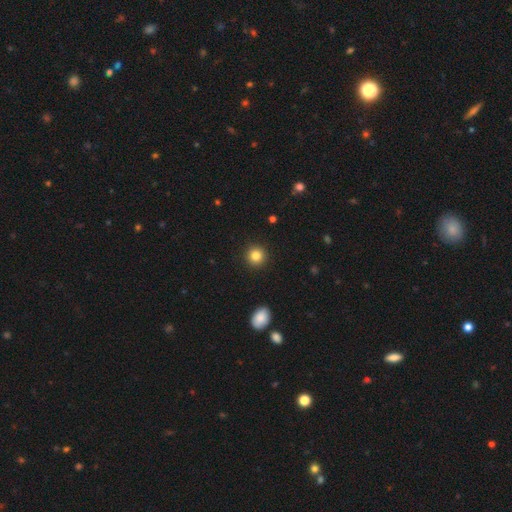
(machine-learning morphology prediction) smooth 84%, star or artifact 10%, featured or disk 6%. Down the decision tree: how rounded — round (93%); merging — none (92%).